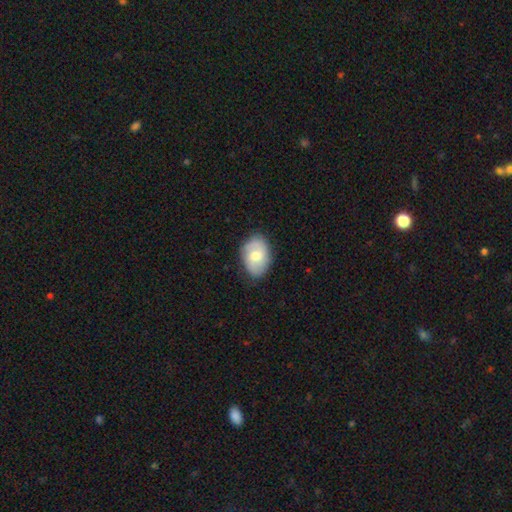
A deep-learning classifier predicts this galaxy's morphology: This is possibly a smooth galaxy (57%). How rounded: clearly in between (80%). Merging: likely none (79%).